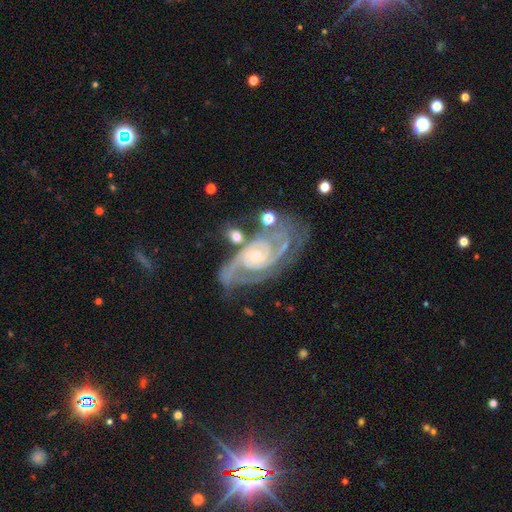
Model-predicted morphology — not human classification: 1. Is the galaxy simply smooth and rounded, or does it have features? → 91% featured or disk, 5% star or artifact, 3% smooth.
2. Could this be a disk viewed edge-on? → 97% no, 3% yes.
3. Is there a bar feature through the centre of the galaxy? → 61% no, 29% weak, 10% strong.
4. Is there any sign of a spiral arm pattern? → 98% yes, 2% no.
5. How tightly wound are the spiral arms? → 63% tight, 33% medium, 5% loose.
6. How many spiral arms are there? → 63% 2, 18% 3, 8% can't tell, 4% 4, 3% 1, 3% more than 4.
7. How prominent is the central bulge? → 66% small, 25% moderate, 6% none, 2% large, 1% dominant.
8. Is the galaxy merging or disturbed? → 61% none, 21% minor disturbance, 11% major disturbance, 7% merger.